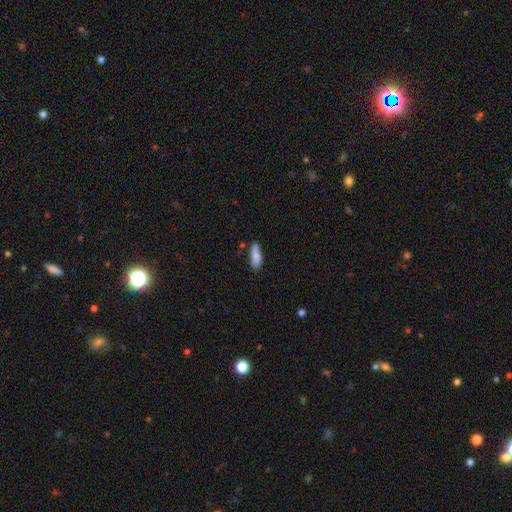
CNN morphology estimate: Smooth or featured? smooth (84%)
How rounded? in between (63%)
Merging? none (67%)